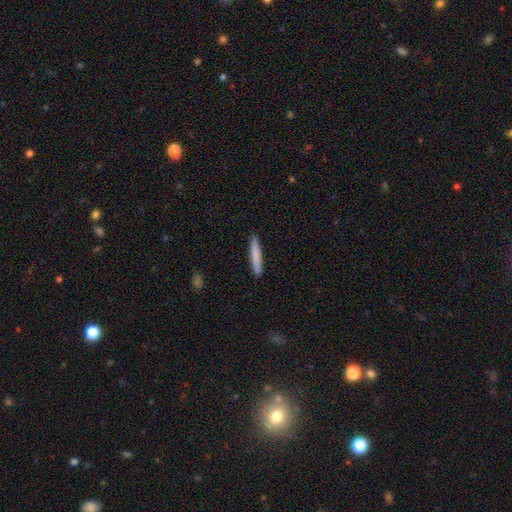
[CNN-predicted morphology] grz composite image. It shows a smooth galaxy with no disk features (80%) that is cigar-shaped (94%). Merging: none (90%).